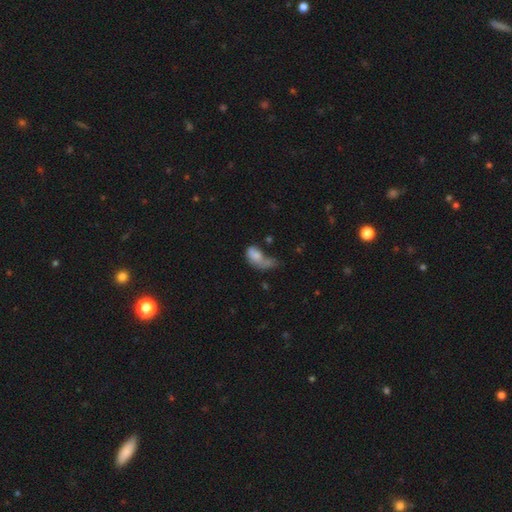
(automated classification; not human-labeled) smooth_or_featured: smooth (p=0.70) [alt: featured or disk p=0.19]
how_rounded: in between (p=0.87) [alt: round p=0.10]
merging: major disturbance (p=0.38) [alt: merger p=0.29]